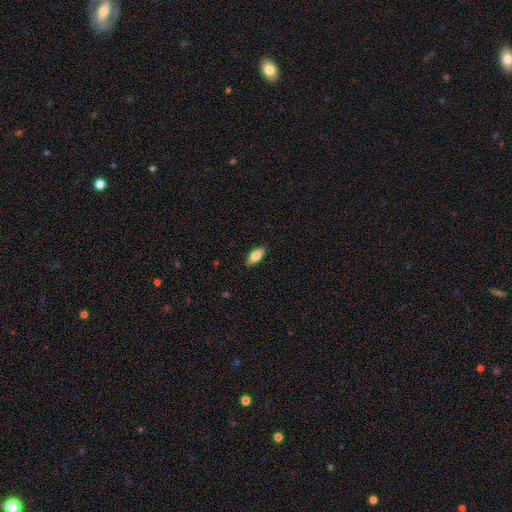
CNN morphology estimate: The model was most divided on "smooth or featured": smooth: 81%, featured or disk: 13%, star or artifact: 6%. More confident: merging — none (89%); how rounded — in between (87%).